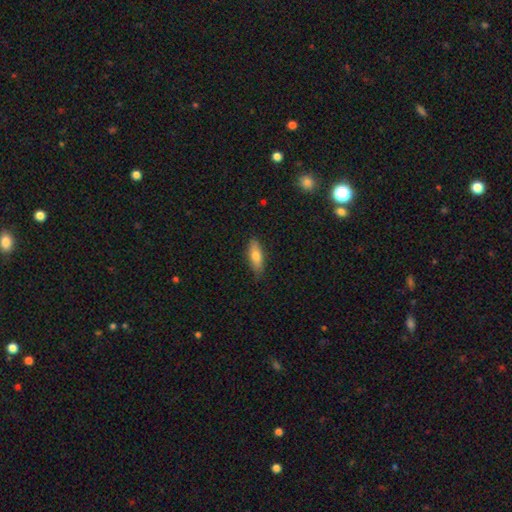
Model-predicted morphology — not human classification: This is likely a smooth galaxy (74%). How rounded: likely in between (63%). Merging: clearly none (82%).